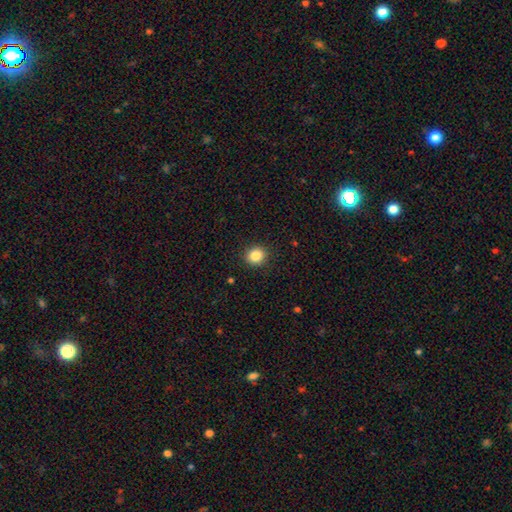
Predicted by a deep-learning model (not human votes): A smooth galaxy with no disk features (85%) that is round (86%).

Vote fractions:
- Smooth or featured? smooth: 85% / star or artifact: 10% / featured or disk: 5%
- How rounded? round: 86% / in between: 14% / cigar-shaped: 1%
- Merging? none: 91% / minor disturbance: 6% / major disturbance: 2% / merger: 1%